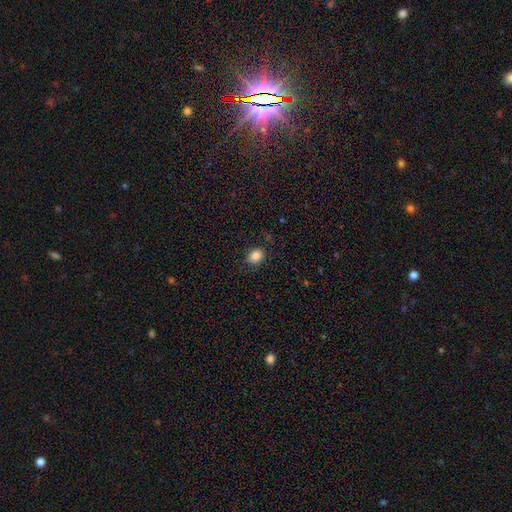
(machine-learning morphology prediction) Smooth or featured? smooth (85%)
How rounded? round (51%)
Merging? none (87%)